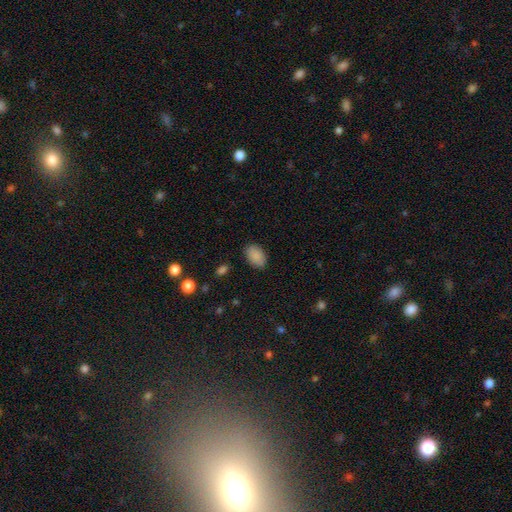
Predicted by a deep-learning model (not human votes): Smooth or featured: smooth — 89% (star or artifact — 8%)
How rounded: in between — 90% (round — 9%)
Merging: none — 85% (minor disturbance — 11%)